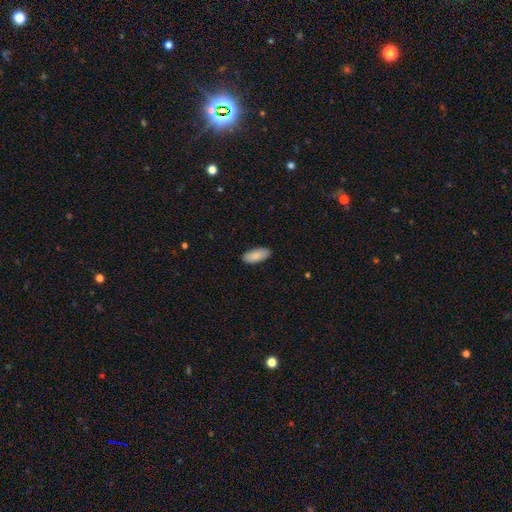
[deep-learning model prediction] Smooth or featured? Predicted: smooth (p=0.89). How rounded? Predicted: in between (p=0.87). Merging? Predicted: none (p=0.88).